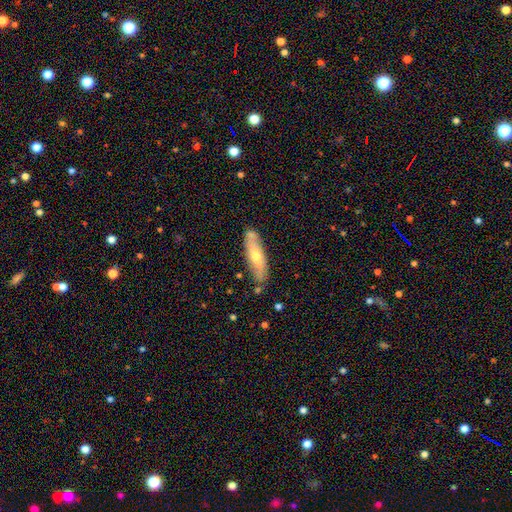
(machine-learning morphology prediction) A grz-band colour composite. It shows a smooth galaxy with no disk features (49%). Merging: none (77%).